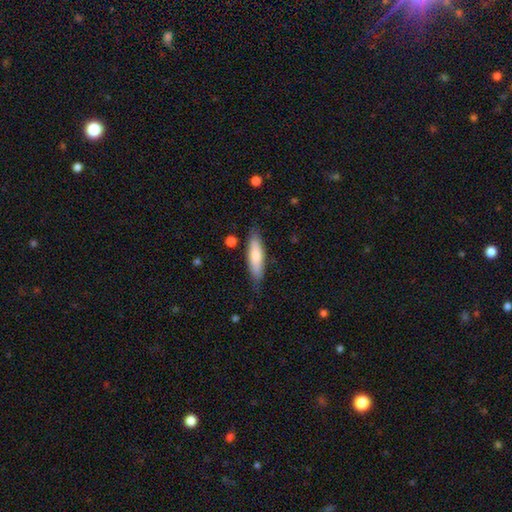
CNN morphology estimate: type=smooth (74%); roundness=cigar-shaped (69%); merging=none (78%).